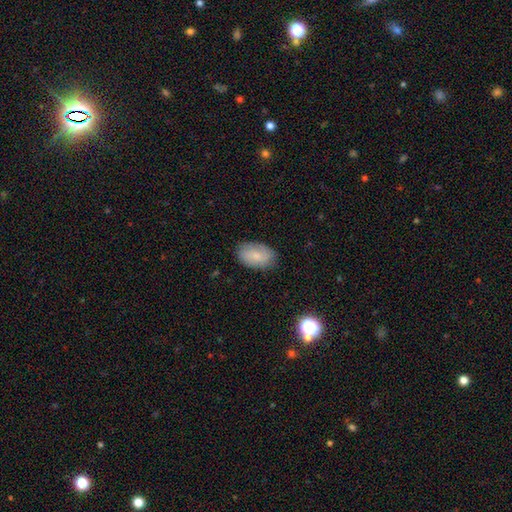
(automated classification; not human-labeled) The model was most divided on "smooth or featured": smooth: 65%, featured or disk: 28%, star or artifact: 7%. More confident: how rounded — in between (91%); merging — none (81%).